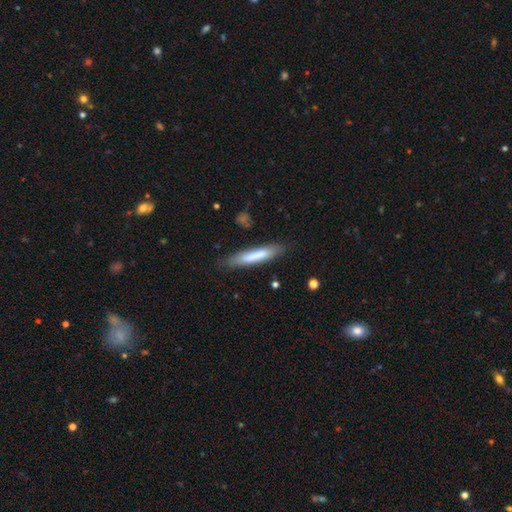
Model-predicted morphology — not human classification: Smooth or featured? Predicted: smooth (p=0.75). How rounded? Predicted: cigar-shaped (p=0.88). Merging? Predicted: none (p=0.82).